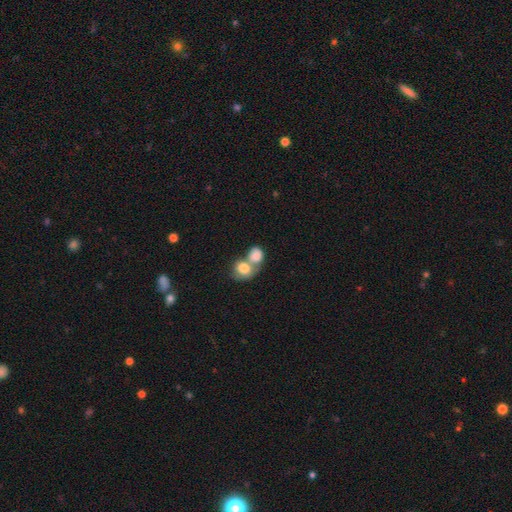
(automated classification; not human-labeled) This appears to be a smooth galaxy with no disk features (80%) that is round (60%). Merging: merger (68%).